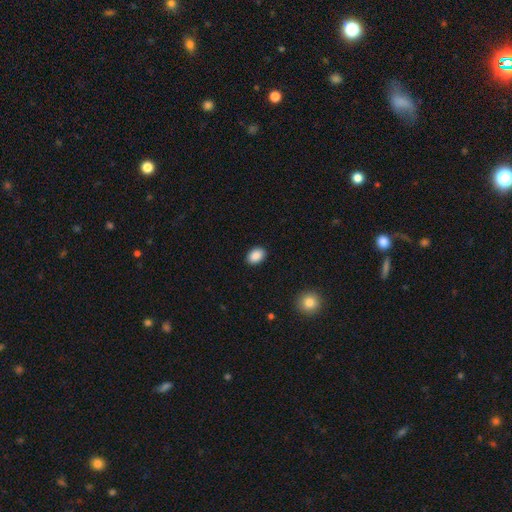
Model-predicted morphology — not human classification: smooth-or-featured: smooth: 88% | star or artifact: 8% | featured or disk: 3%
  how-rounded: in between: 81% | round: 18% | cigar-shaped: 1%
  merging: none: 90% | minor disturbance: 7% | major disturbance: 2% | merger: 1%